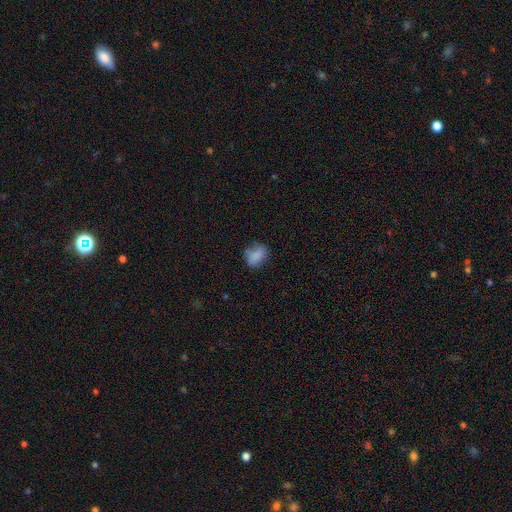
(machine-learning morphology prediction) This appears to be a smooth galaxy with no disk features (80%) that is in between round and cigar-shaped (74%). Merging: none (61%).